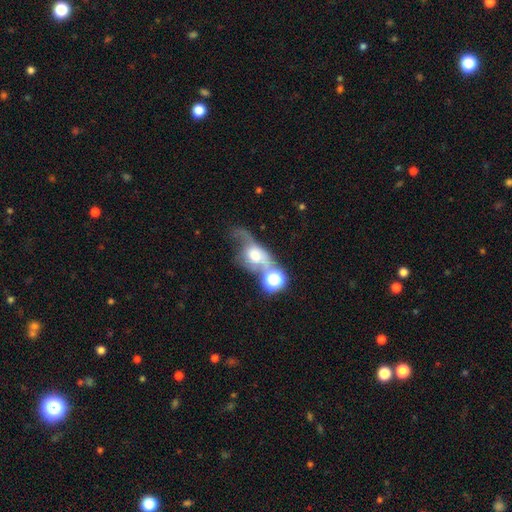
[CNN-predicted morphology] A featured or disk galaxy (46%).

Vote fractions:
- Smooth or featured? featured or disk: 46% / smooth: 39% / star or artifact: 15%
- Merging? merger: 37% / major disturbance: 29% / none: 20% / minor disturbance: 14%